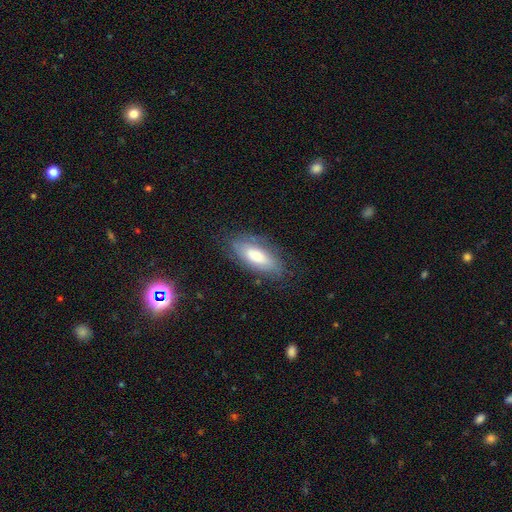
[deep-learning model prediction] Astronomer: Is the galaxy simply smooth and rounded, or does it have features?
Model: smooth — 59%.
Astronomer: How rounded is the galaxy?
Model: in between — 79%.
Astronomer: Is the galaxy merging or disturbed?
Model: none — 75%.